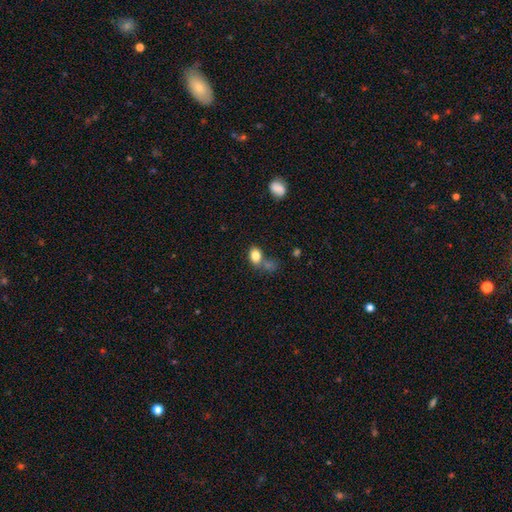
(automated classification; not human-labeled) Q: Smooth or featured?
A: smooth (82%); runner-up: star or artifact (10%)
Q: How rounded?
A: in between (69%); runner-up: round (29%)
Q: Merging?
A: none (47%); runner-up: merger (29%)